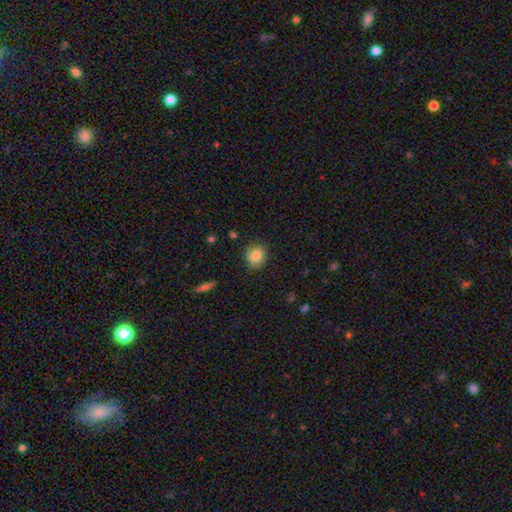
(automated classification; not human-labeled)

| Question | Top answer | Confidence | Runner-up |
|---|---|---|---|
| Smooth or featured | smooth | 82% | featured or disk (9%) |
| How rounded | round | 54% | in between (45%) |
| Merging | none | 82% | minor disturbance (14%) |